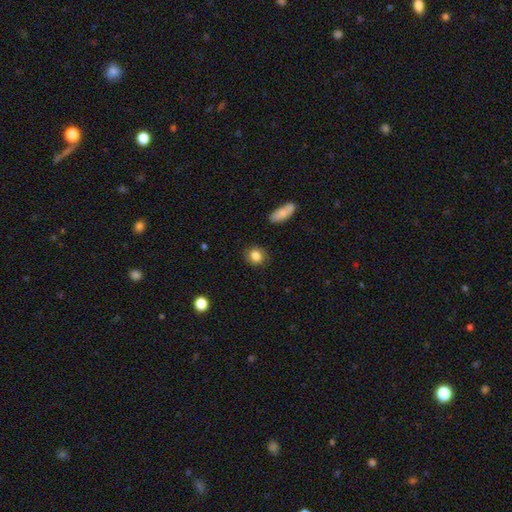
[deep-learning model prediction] smooth_or_featured: smooth (p=0.85) [alt: star or artifact p=0.09]
how_rounded: round (p=0.77) [alt: in between p=0.21]
merging: none (p=0.87) [alt: minor disturbance p=0.09]